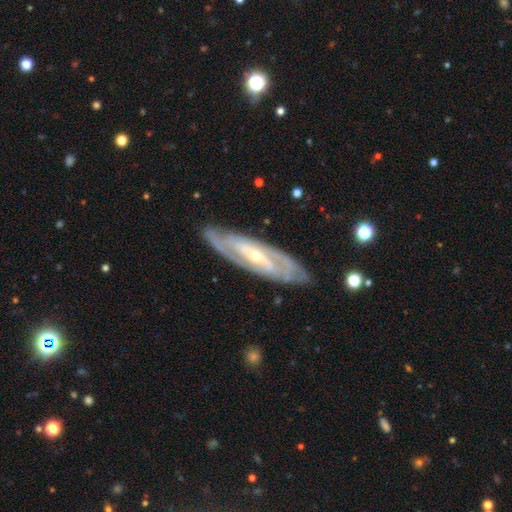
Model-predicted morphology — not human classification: Smooth or featured?
  - featured or disk: 87% *
  - smooth: 9%
  - star or artifact: 5%
Edge-on disk?
  - no: 82% *
  - yes: 18%
Bar?
  - no: 35% *
  - weak: 34%
  - strong: 31%
Spiral arms?
  - yes: 93% *
  - no: 7%
Spiral winding?
  - tight: 61% *
  - medium: 31%
  - loose: 8%
Spiral arm count?
  - 2: 55% *
  - can't tell: 25%
  - 3: 9%
  - 4: 4%
  - 1: 3%
  - more than 4: 3%
Bulge size?
  - small: 64% *
  - moderate: 33%
  - large: 1%
  - none: 1%
  - dominant: 1%
Merging?
  - none: 84% *
  - minor disturbance: 12%
  - major disturbance: 3%
  - merger: 1%